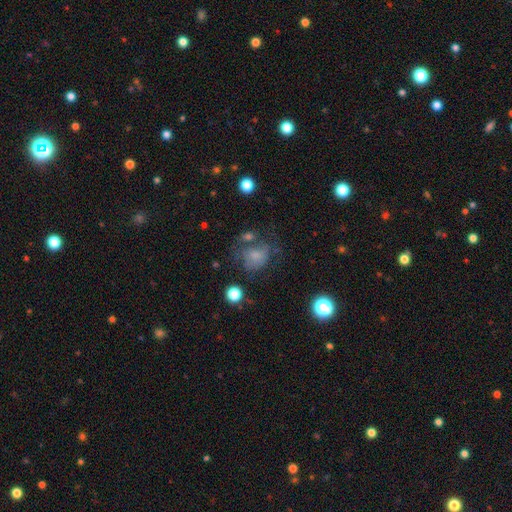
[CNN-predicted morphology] This appears to be a smooth galaxy with no disk features (57%) that is round (60%). Merging: none (40%).